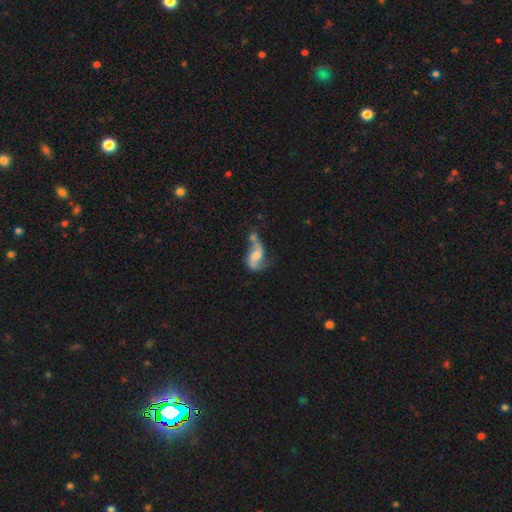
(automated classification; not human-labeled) This appears to be a featured or disk galaxy (66%) with no bar (52%), 2 (82%) loose (71%) spiral arms (85%) and a moderate central bulge (33%). Merging: merger (33%).